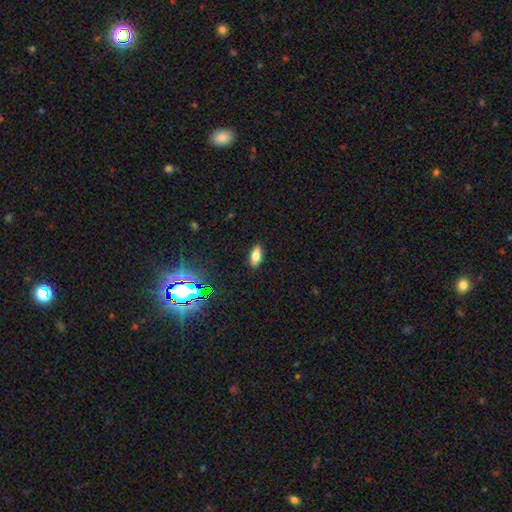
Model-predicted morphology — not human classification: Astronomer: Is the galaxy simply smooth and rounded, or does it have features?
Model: smooth — 73%.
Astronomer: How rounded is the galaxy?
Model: in between — 82%.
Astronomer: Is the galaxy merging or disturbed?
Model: none — 89%.